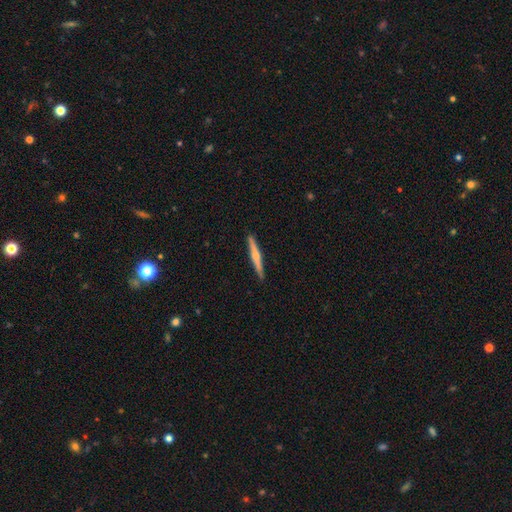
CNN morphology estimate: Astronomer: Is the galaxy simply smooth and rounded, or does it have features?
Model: featured or disk — 52% (runner-up: smooth, 43%).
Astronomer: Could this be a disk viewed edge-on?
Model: yes — 98%.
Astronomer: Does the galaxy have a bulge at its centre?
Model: rounded — 64%.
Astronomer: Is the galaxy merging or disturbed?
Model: none — 91%.